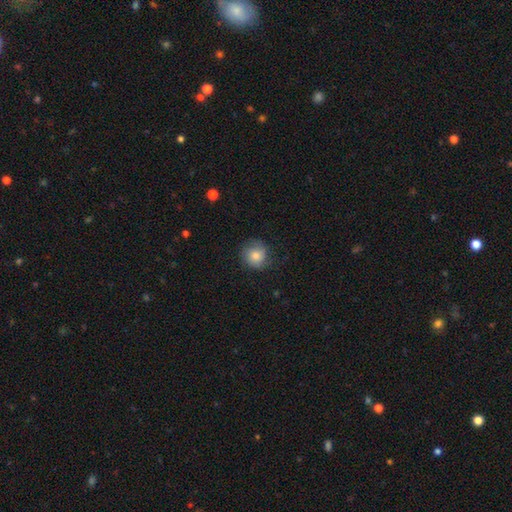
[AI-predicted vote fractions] smooth 75%, featured or disk 17%, star or artifact 8%. Down the decision tree: how rounded — round (89%); merging — none (73%).